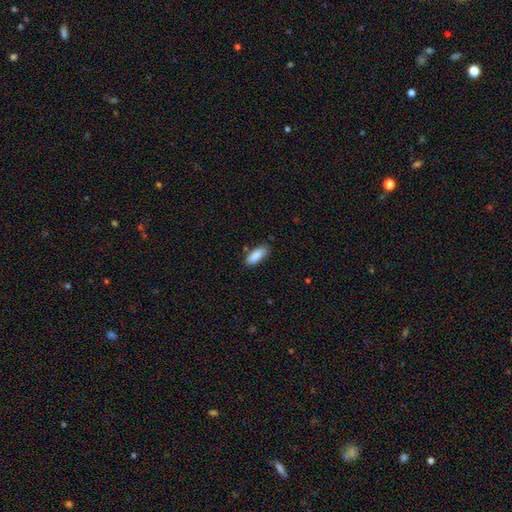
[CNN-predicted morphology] A smooth galaxy with no disk features (88%) that is in between round and cigar-shaped (78%). Merging: none (81%).